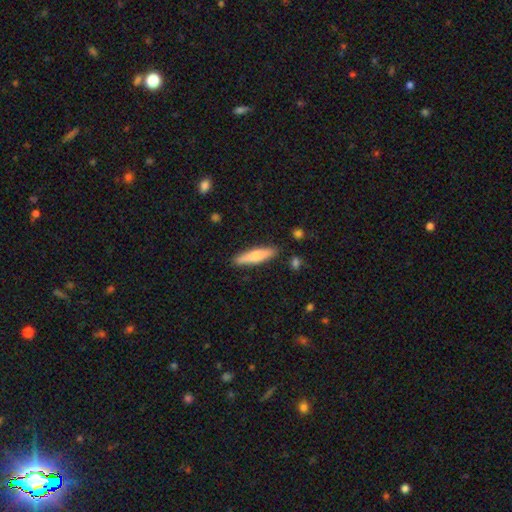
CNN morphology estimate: Overall: smooth (68%). How rounded: cigar-shaped (79%). Merging: none (88%).